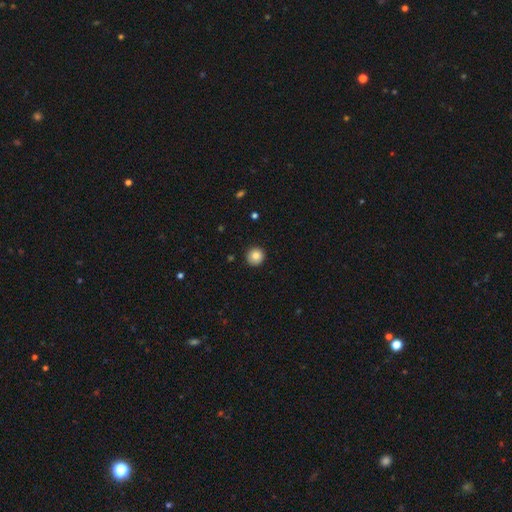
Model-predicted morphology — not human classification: smooth_or_featured: smooth (p=0.83) [alt: star or artifact p=0.09]
how_rounded: round (p=0.95) [alt: in between p=0.04]
merging: none (p=0.92) [alt: minor disturbance p=0.06]